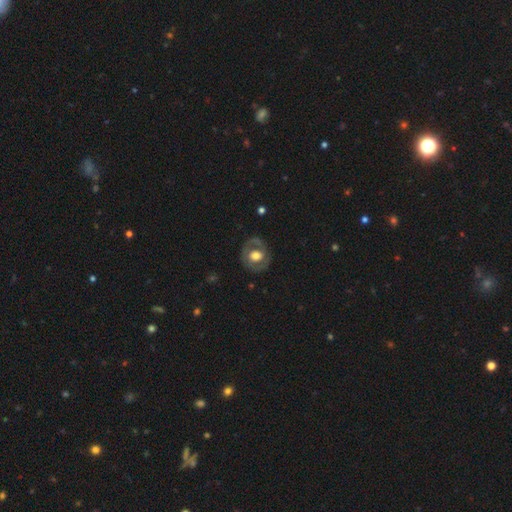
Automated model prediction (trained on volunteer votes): smooth-or-featured: featured or disk: 51% | smooth: 43% | star or artifact: 6%
  disk-edge-on: no: 95% | yes: 5%
  merging: none: 77% | minor disturbance: 15% | major disturbance: 7% | merger: 1%